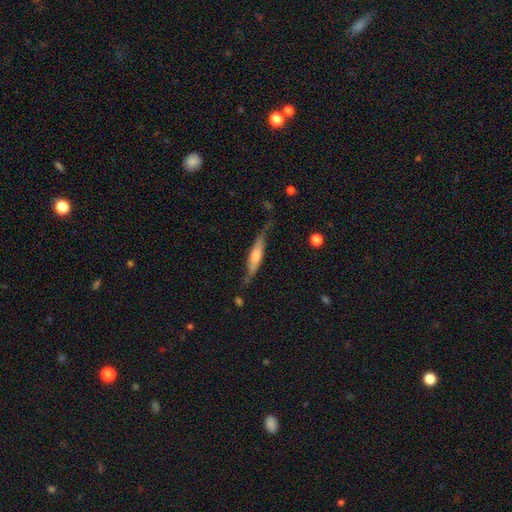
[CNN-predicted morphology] A featured or disk galaxy (49%). Merging: none (61%).